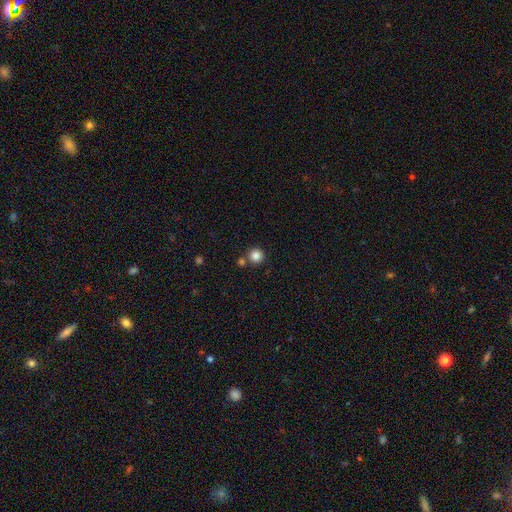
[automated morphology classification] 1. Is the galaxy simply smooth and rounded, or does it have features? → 85% smooth, 11% star or artifact, 5% featured or disk.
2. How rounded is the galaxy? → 95% round, 4% in between, 1% cigar-shaped.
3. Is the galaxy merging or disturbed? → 78% none, 14% merger, 6% minor disturbance, 2% major disturbance.